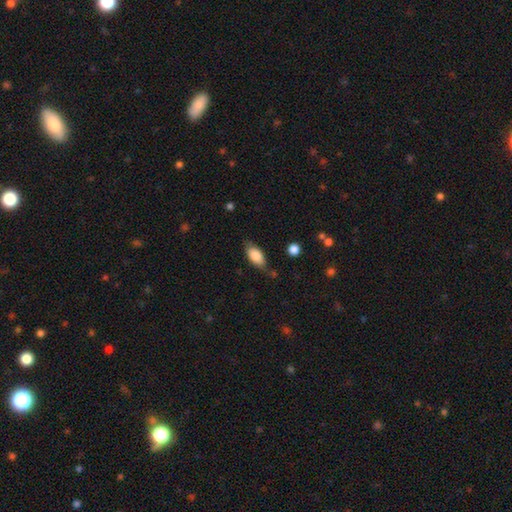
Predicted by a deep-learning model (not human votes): Q: Smooth or featured?
A: smooth (83%); runner-up: featured or disk (11%)
Q: How rounded?
A: in between (88%); runner-up: cigar-shaped (9%)
Q: Merging?
A: none (66%); runner-up: minor disturbance (24%)